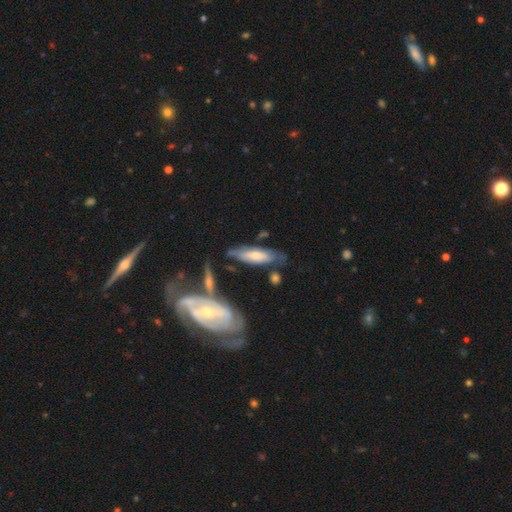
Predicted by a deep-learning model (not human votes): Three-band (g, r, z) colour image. It shows a featured or disk galaxy (47%, tied with smooth). Merging: none (60%).